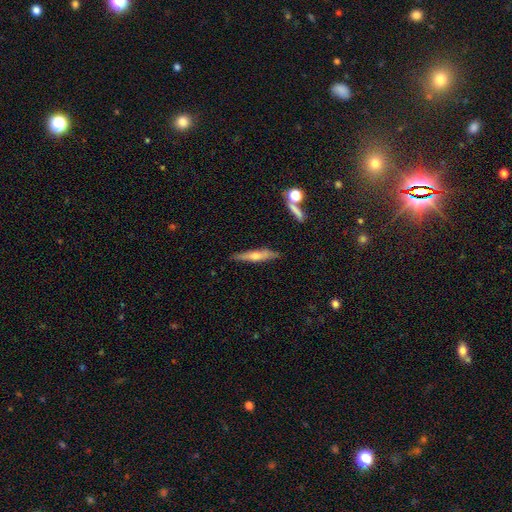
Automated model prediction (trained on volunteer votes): Smooth or featured? featured or disk (52%)
Edge-on disk? yes (93%)
Merging? none (84%)